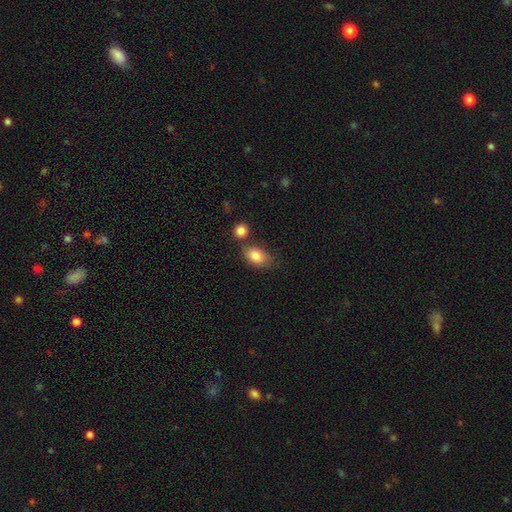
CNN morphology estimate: Smooth or featured? smooth (85%)
How rounded? in between (83%)
Merging? none (60%)